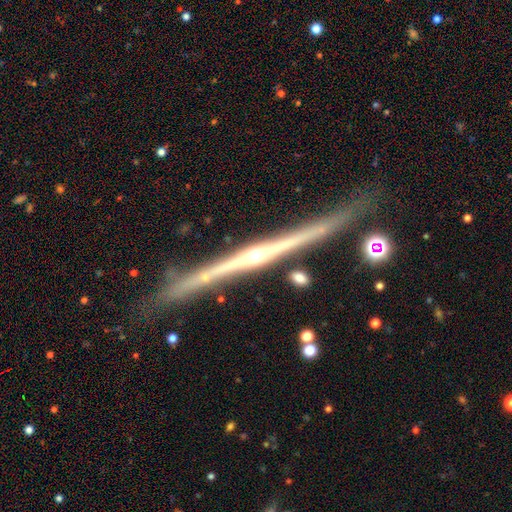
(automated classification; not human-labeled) A featured or disk galaxy (88%) viewed edge-on (98%) with a rounded central bulge (77%). Merging: none (83%).